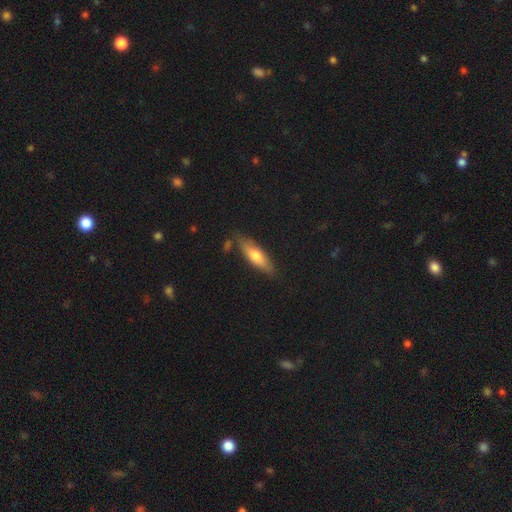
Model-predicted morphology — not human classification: Smooth or featured? smooth (64%)
How rounded? cigar-shaped (57%)
Merging? none (78%)